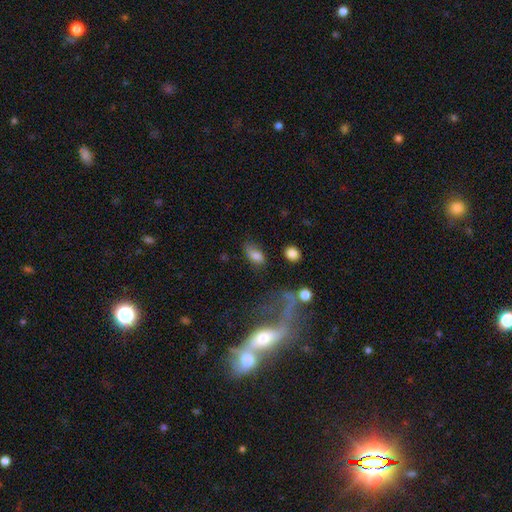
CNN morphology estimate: A smooth galaxy with no disk features (76%) that is in between round and cigar-shaped (89%). Merging: none (55%).